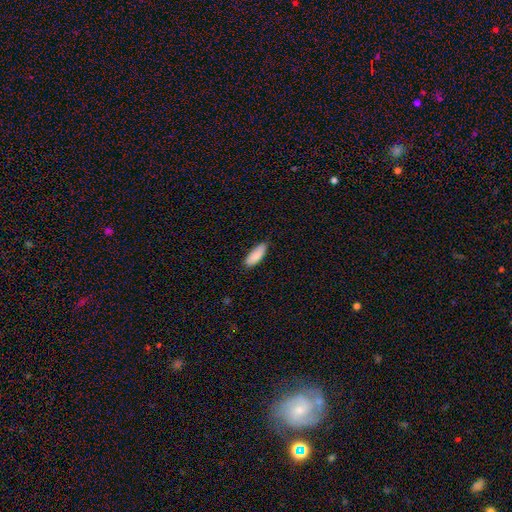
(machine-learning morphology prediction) smooth_or_featured: smooth (p=0.86) [alt: featured or disk p=0.08]
how_rounded: in between (p=0.69) [alt: cigar-shaped p=0.30]
merging: none (p=0.80) [alt: minor disturbance p=0.17]